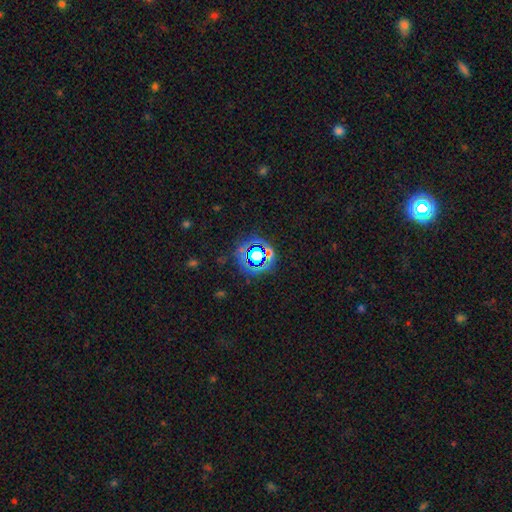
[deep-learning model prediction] Smooth or featured?
  - star or artifact: 65% *
  - smooth: 24%
  - featured or disk: 11%